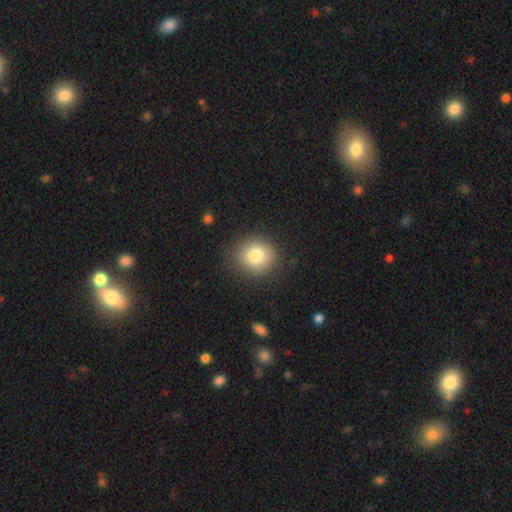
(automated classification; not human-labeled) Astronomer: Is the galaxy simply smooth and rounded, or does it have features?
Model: smooth — 81%.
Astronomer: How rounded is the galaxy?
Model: round — 87%.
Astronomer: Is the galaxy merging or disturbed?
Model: none — 87%.